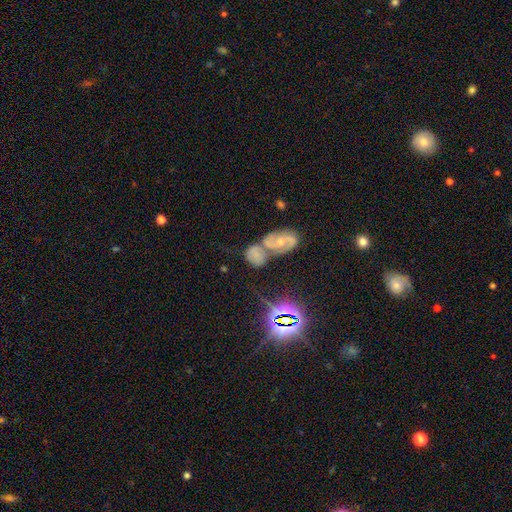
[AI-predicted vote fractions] smooth-or-featured: featured or disk: 41% | smooth: 40% | star or artifact: 19%
  merging: merger: 53% | none: 28% | minor disturbance: 12% | major disturbance: 7%